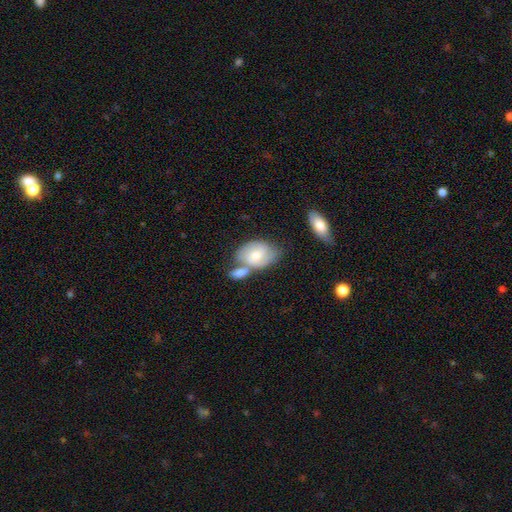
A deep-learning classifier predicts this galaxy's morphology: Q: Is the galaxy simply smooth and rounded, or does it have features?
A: featured or disk — 47%.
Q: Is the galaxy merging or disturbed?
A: merger — 42%.